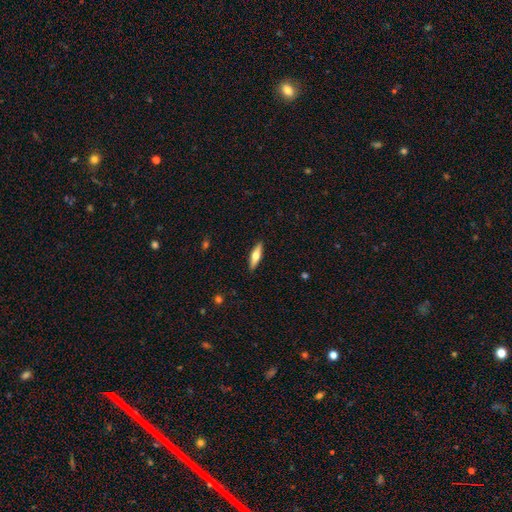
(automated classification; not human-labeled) Morphology: type=smooth (56%); roundness=cigar-shaped (61%); merging=none (90%).